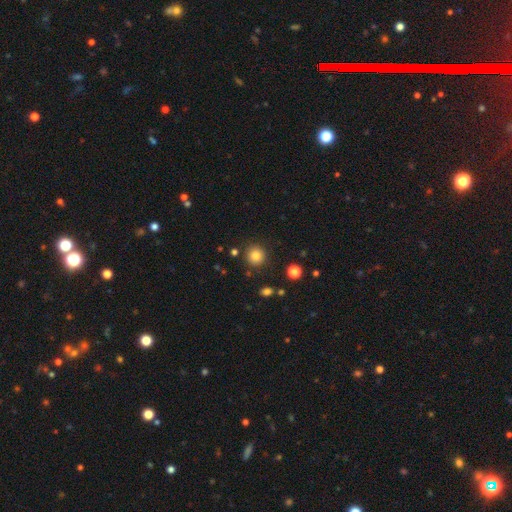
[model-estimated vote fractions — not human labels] A smooth galaxy with no disk features (83%) that is round (93%). Merging: none (88%).